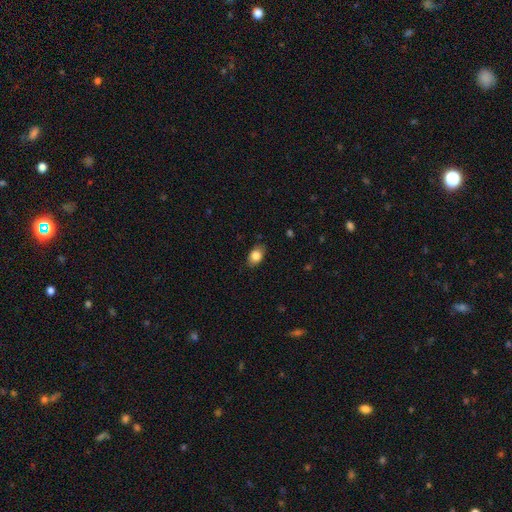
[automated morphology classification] This is clearly a smooth galaxy (84%). How rounded: clearly in between (85%). Merging: clearly none (80%).